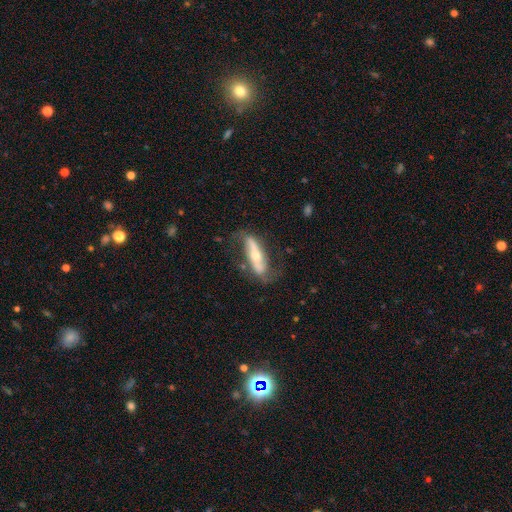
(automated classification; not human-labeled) smooth-or-featured: featured or disk: 66% | smooth: 28% | star or artifact: 6%
  disk-edge-on: no: 64% | yes: 36%
  merging: none: 62% | minor disturbance: 23% | major disturbance: 13% | merger: 3%